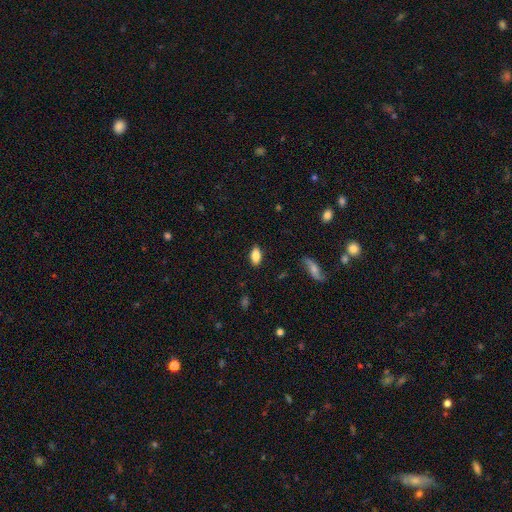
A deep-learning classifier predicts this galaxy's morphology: This appears to be a smooth galaxy with no disk features (81%) that is in between round and cigar-shaped (89%). Merging: none (86%).